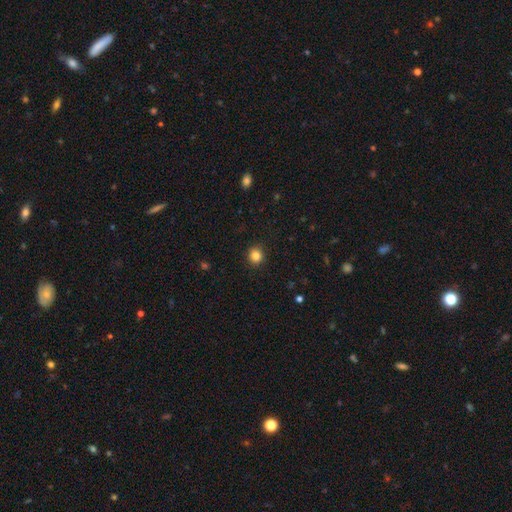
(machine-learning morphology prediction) Q: Smooth or featured?
A: smooth (84%); runner-up: star or artifact (11%)
Q: How rounded?
A: round (84%); runner-up: in between (15%)
Q: Merging?
A: none (91%); runner-up: minor disturbance (6%)